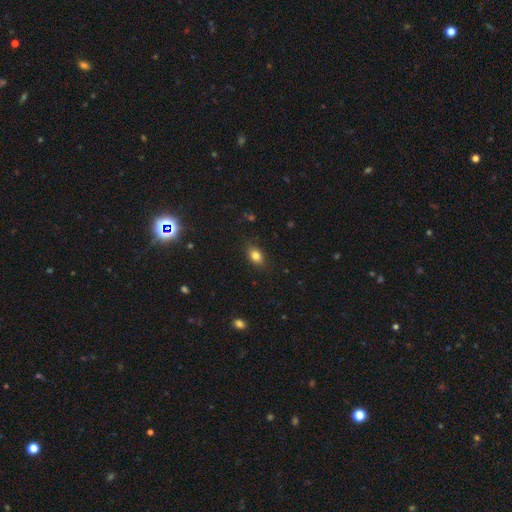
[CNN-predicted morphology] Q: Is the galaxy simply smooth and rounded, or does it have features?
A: smooth — 82%.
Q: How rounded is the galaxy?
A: in between — 76%.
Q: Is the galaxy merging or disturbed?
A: none — 85%.